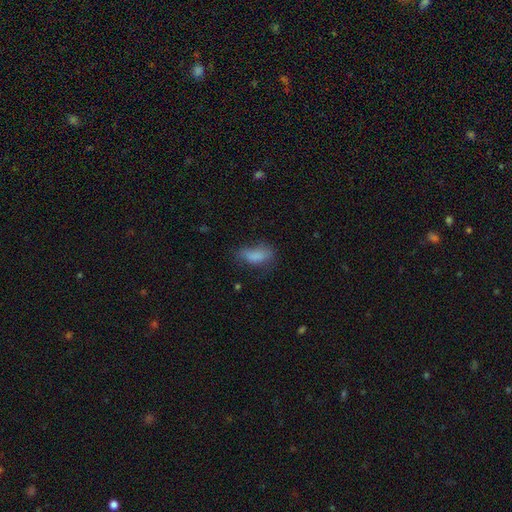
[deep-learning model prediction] This appears to be a smooth galaxy with no disk features (76%) that is in between round and cigar-shaped (83%). Merging: none (42%).